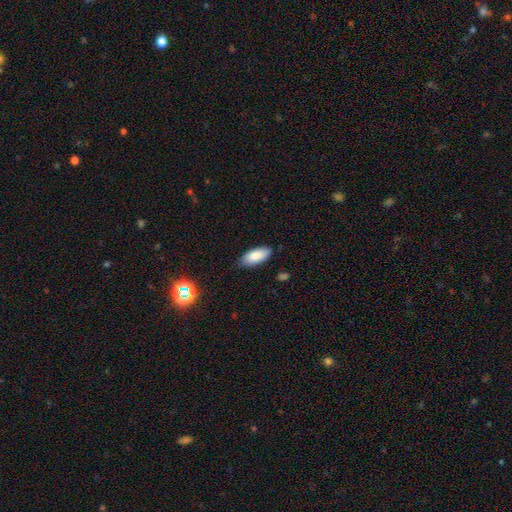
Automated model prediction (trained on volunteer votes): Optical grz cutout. It shows a smooth galaxy with no disk features (85%) that is in between round and cigar-shaped (88%). Merging: none (82%).